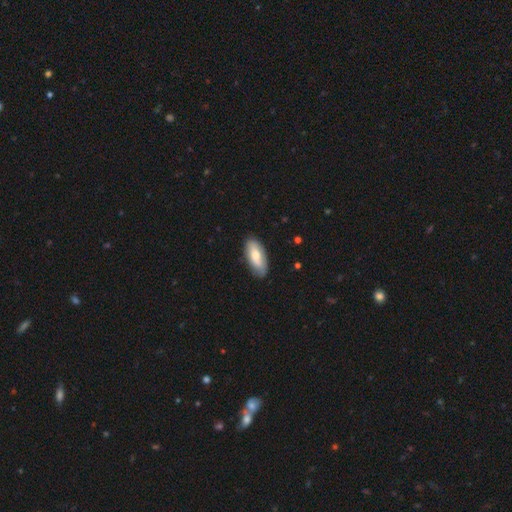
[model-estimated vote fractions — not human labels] The model was most divided on "smooth or featured": smooth: 69%, featured or disk: 25%, star or artifact: 6%. More confident: how rounded — in between (87%); merging — none (80%).